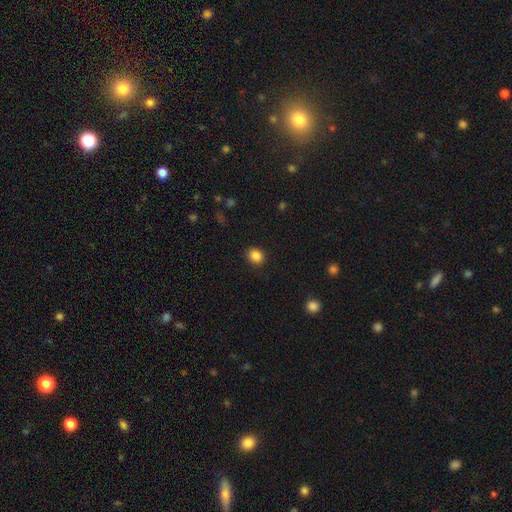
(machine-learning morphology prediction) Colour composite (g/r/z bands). It shows a smooth galaxy with no disk features (86%) that is round (63%). Merging: none (89%).